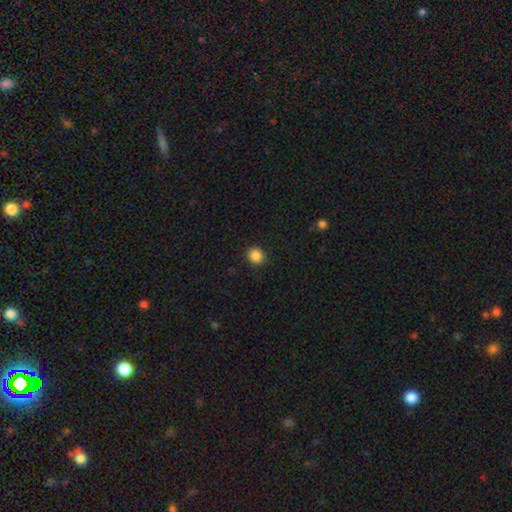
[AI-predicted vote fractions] smooth_or_featured: smooth (p=0.87) [alt: star or artifact p=0.10]
how_rounded: round (p=0.82) [alt: in between p=0.17]
merging: none (p=0.91) [alt: minor disturbance p=0.06]